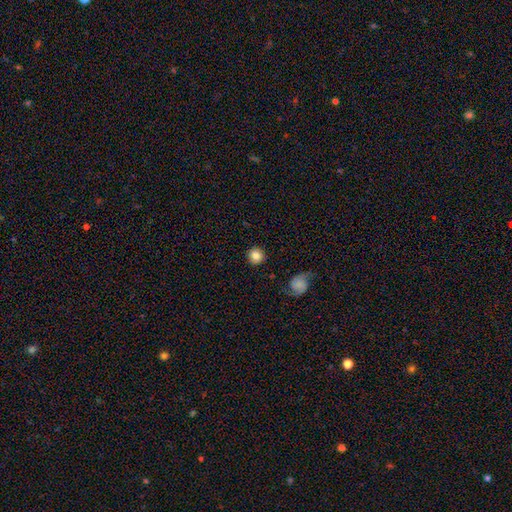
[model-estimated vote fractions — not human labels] Smooth or featured? Predicted: smooth (p=0.81). How rounded? Predicted: round (p=0.92). Merging? Predicted: none (p=0.88).